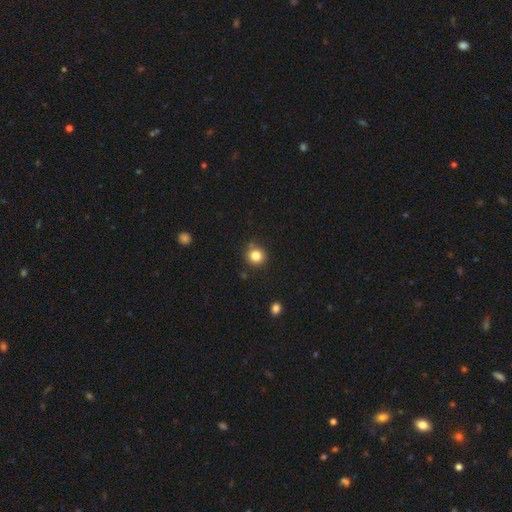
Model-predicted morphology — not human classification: Overall: smooth (83%). How rounded: round (91%). Merging: none (82%).